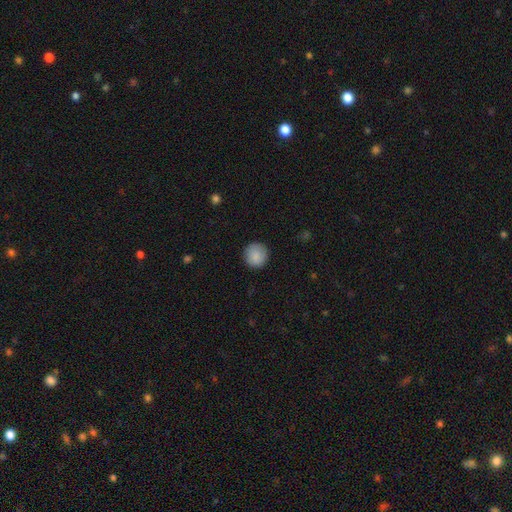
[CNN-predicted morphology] The model was most divided on "smooth or featured": smooth: 88%, star or artifact: 7%, featured or disk: 5%. More confident: how rounded — round (93%); merging — none (90%).